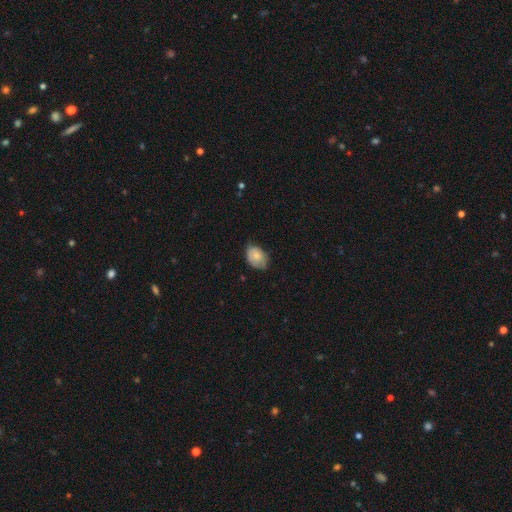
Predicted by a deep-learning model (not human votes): smooth-or-featured: smooth: 73% | featured or disk: 20% | star or artifact: 7%
  how-rounded: in between: 79% | round: 20% | cigar-shaped: 1%
  merging: none: 58% | minor disturbance: 34% | major disturbance: 7% | merger: 1%